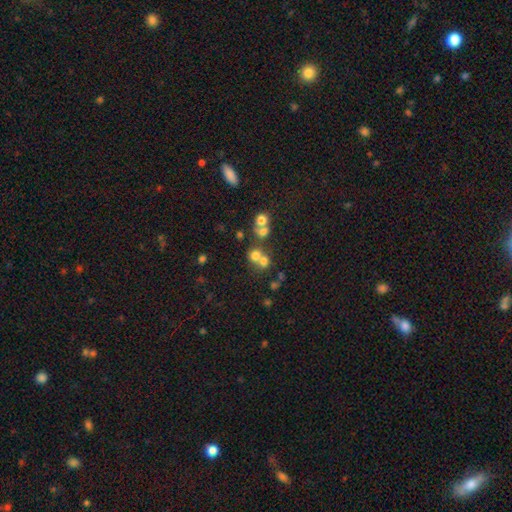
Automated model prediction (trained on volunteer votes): Morphology: type=smooth (65%); roundness=round (85%); merging=merger (45%).